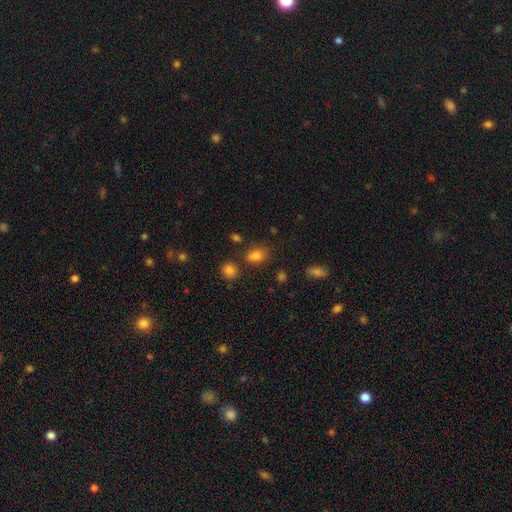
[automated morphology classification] Smooth or featured: smooth — 81% (star or artifact — 13%)
How rounded: in between — 63% (round — 36%)
Merging: none — 71% (minor disturbance — 16%)